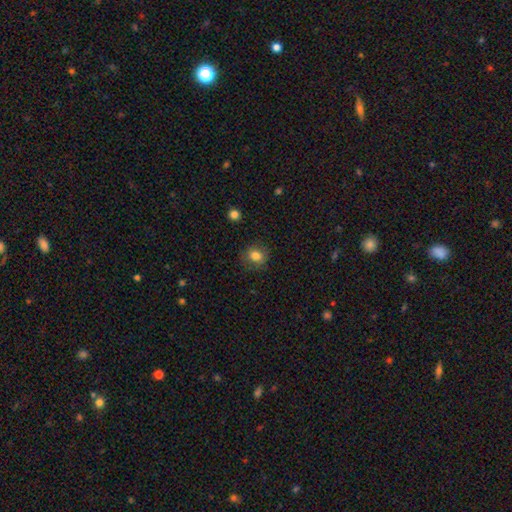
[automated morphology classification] Smooth or featured? Predicted: smooth (p=0.82). How rounded? Predicted: round (p=0.70). Merging? Predicted: none (p=0.82).